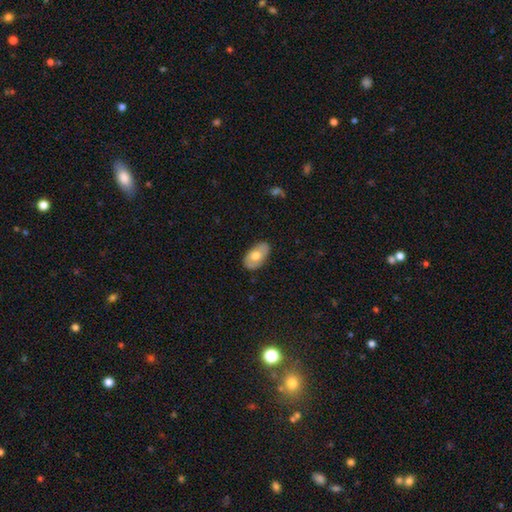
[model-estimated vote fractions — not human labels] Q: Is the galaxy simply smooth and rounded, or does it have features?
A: smooth — 61%.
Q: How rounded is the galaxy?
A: in between — 93%.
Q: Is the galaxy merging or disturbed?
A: none — 81%.